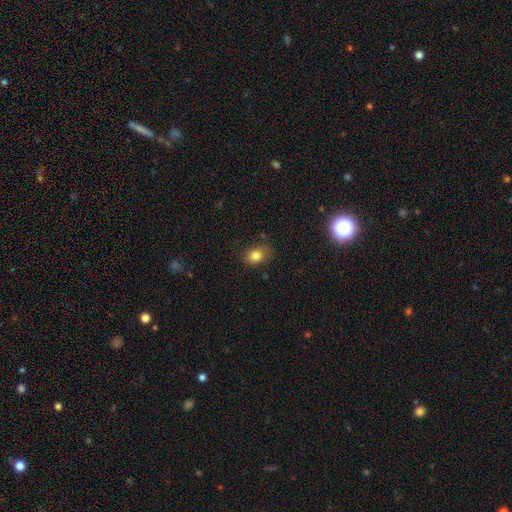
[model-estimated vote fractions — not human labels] This appears to be a smooth galaxy with no disk features (82%) that is in between round and cigar-shaped (62%). Merging: none (76%).